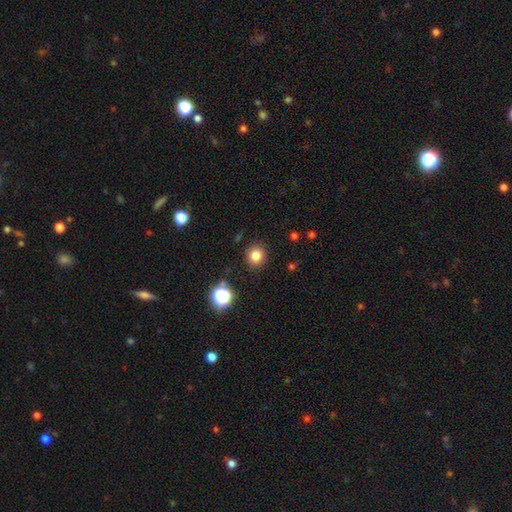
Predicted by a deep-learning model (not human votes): Overall: smooth (82%). How rounded: round (88%). Merging: none (89%).